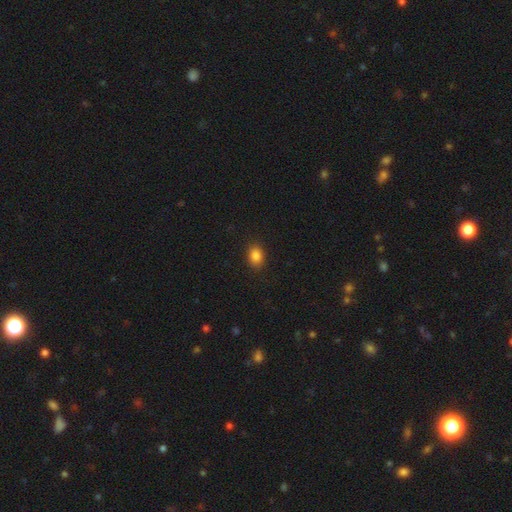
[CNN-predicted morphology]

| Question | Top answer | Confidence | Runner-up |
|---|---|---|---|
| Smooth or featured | smooth | 85% | star or artifact (10%) |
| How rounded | in between | 64% | round (35%) |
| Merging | none | 89% | minor disturbance (8%) |